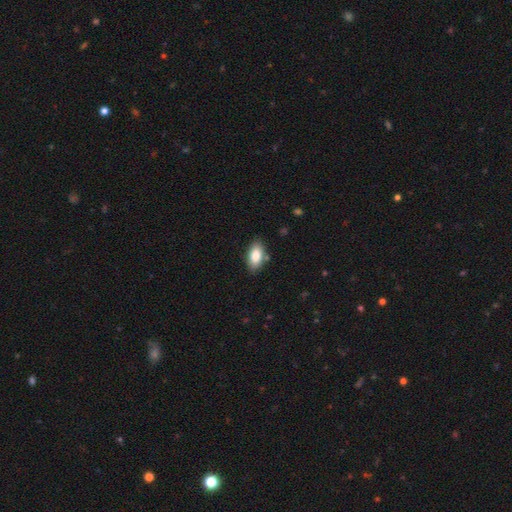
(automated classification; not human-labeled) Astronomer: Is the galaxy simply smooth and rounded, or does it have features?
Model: smooth — 83%.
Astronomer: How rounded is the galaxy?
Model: in between — 92%.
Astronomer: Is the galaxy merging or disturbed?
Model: none — 84%.